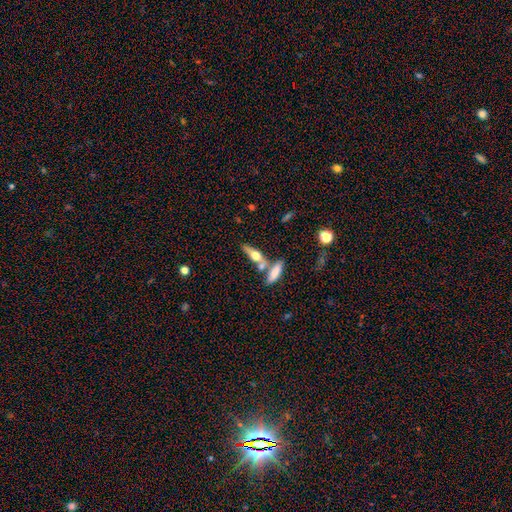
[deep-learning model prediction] Smooth or featured? Predicted: featured or disk (p=0.48). Merging? Predicted: none (p=0.56).